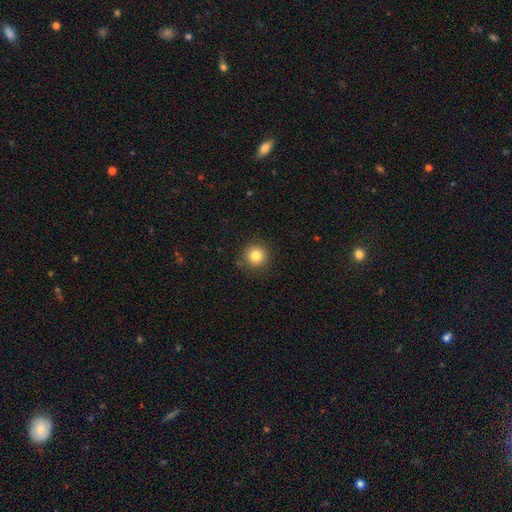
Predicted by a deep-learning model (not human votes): Smooth or featured? smooth (82%)
How rounded? round (95%)
Merging? none (89%)